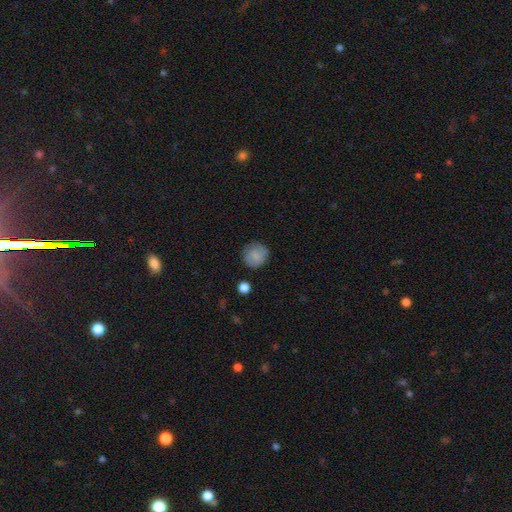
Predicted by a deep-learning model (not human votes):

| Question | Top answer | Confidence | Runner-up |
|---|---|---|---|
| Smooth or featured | smooth | 82% | featured or disk (10%) |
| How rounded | round | 91% | in between (8%) |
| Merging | none | 83% | minor disturbance (12%) |